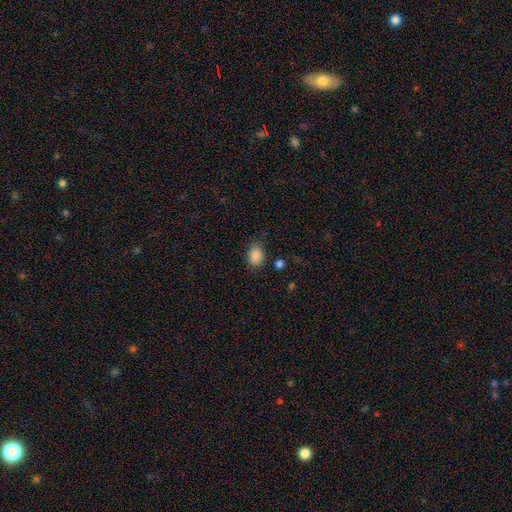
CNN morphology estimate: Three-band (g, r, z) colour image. It shows a smooth galaxy with no disk features (86%) that is in between round and cigar-shaped (67%). Merging: none (78%).